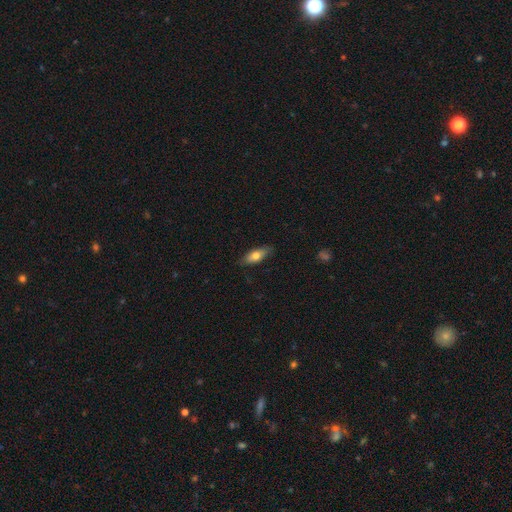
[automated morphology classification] Smooth or featured? Predicted: smooth (p=0.70). How rounded? Predicted: in between (p=0.68). Merging? Predicted: none (p=0.82).